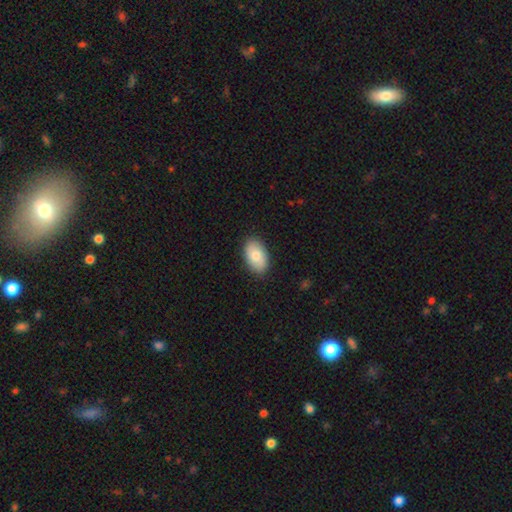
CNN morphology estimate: A smooth galaxy with no disk features (79%) that is in between round and cigar-shaped (94%). Merging: none (88%).